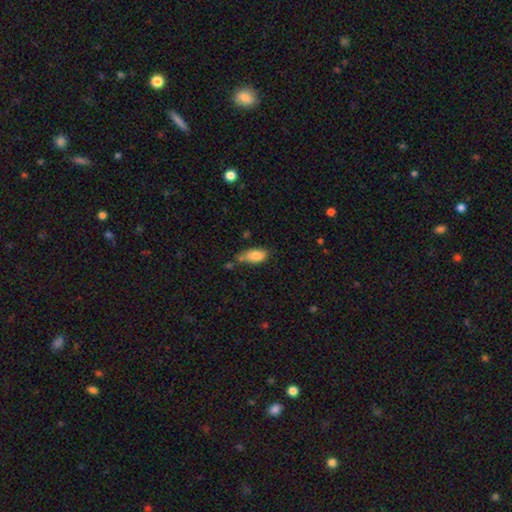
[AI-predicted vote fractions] Smooth or featured: smooth — 82% (featured or disk — 10%)
How rounded: in between — 89% (cigar-shaped — 8%)
Merging: none — 48% (minor disturbance — 27%)